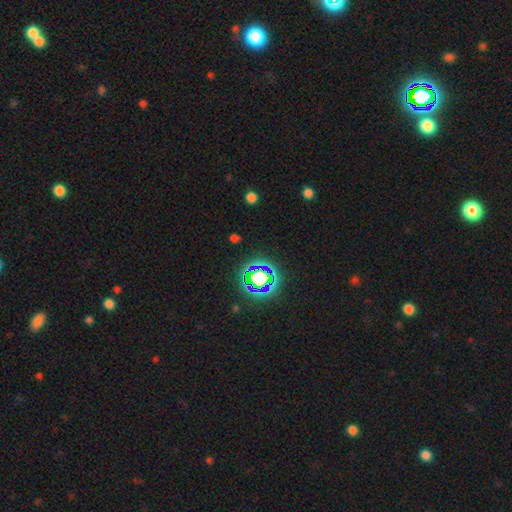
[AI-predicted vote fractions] Q: Smooth or featured?
A: star or artifact (77%); runner-up: smooth (15%)